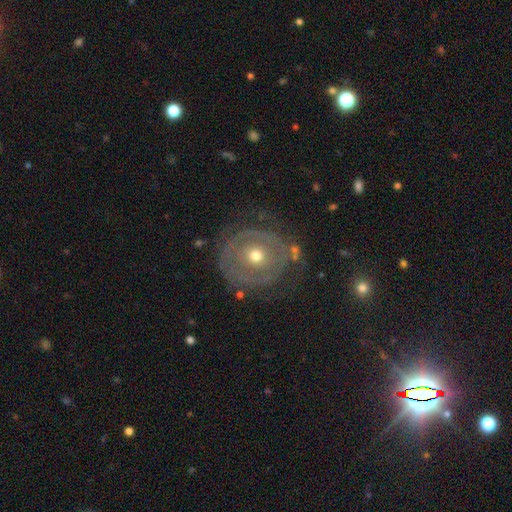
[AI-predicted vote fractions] Smooth or featured? featured or disk (67%)
Edge-on disk? no (96%)
Bar? no (88%)
Spiral arms? no (52%)
Bulge size? moderate (58%)
Merging? none (67%)